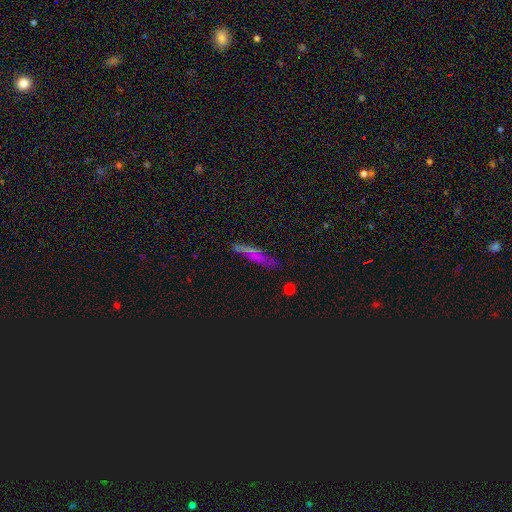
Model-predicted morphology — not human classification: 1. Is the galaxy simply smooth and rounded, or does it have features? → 57% smooth, 24% star or artifact, 20% featured or disk.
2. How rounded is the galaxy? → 77% cigar-shaped, 17% in between, 6% round.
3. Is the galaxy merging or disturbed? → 79% none, 14% minor disturbance, 4% major disturbance, 3% merger.